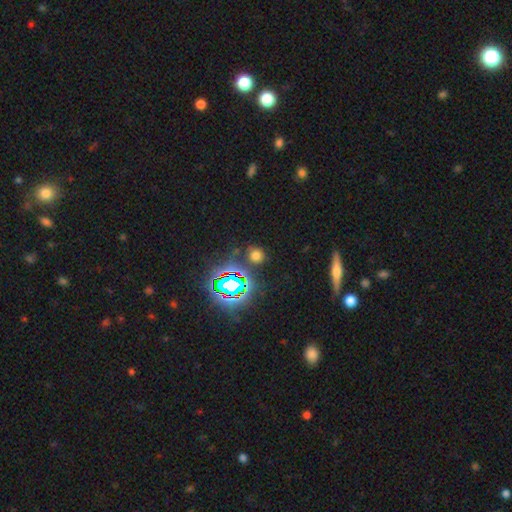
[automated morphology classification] smooth_or_featured: smooth (p=0.55) [alt: star or artifact p=0.38]
how_rounded: round (p=0.81) [alt: in between p=0.17]
merging: none (p=0.82) [alt: minor disturbance p=0.09]